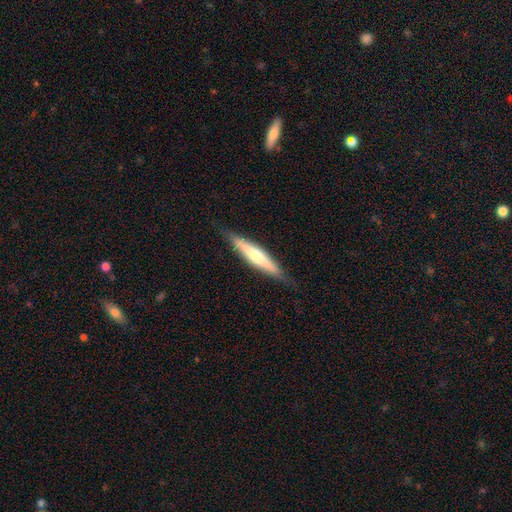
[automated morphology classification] Smooth or featured? Predicted: featured or disk (p=0.50). Edge-on disk? Predicted: yes (p=0.94). Merging? Predicted: none (p=0.84).